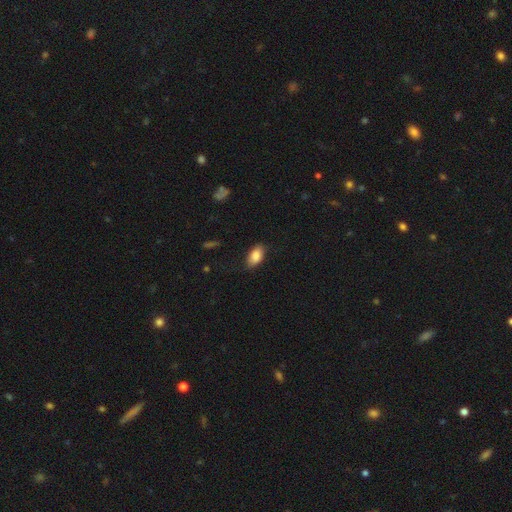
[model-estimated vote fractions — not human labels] Morphology: type=smooth (86%); roundness=in between (92%); merging=none (78%).